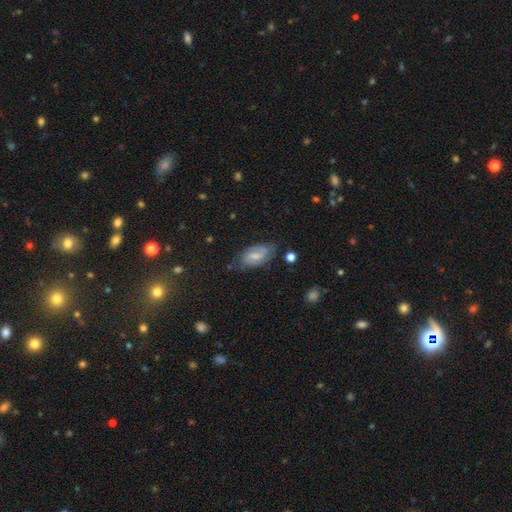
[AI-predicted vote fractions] A featured or disk galaxy (57%) with a weak bar (55%), spiral arms (85%) and a small central bulge (44%). Merging: none (65%).